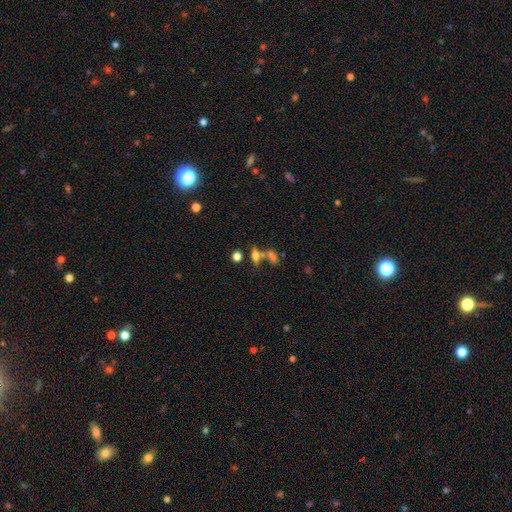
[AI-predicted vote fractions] smooth-or-featured: smooth: 66% | featured or disk: 20% | star or artifact: 14%
  how-rounded: in between: 66% | cigar-shaped: 21% | round: 12%
  merging: none: 50% | merger: 33% | minor disturbance: 11% | major disturbance: 6%